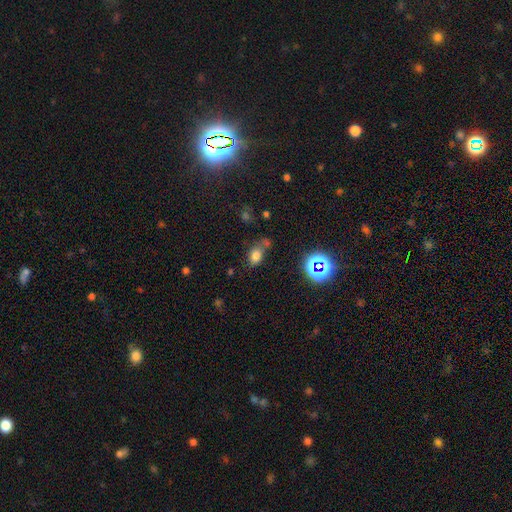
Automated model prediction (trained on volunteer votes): smooth-or-featured: smooth: 73% | star or artifact: 18% | featured or disk: 9%
  how-rounded: in between: 71% | round: 27% | cigar-shaped: 2%
  merging: none: 53% | minor disturbance: 20% | merger: 19% | major disturbance: 8%